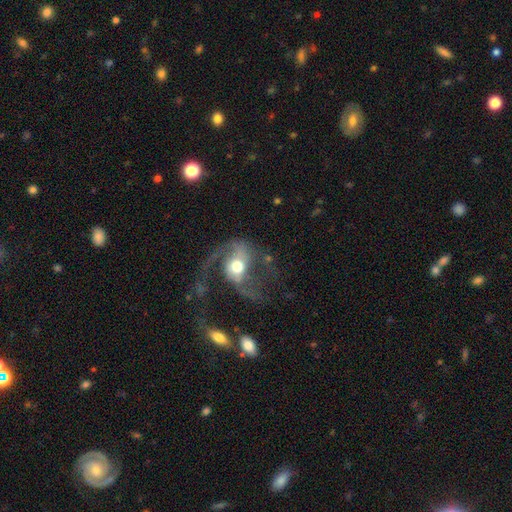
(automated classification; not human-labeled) Smooth or featured: featured or disk — 79% (smooth — 12%)
Edge-on disk: no — 96% (yes — 4%)
Bar: no — 47% (weak — 33%)
Spiral arms: yes — 86% (no — 14%)
Spiral winding: loose — 45% (medium — 41%)
Spiral arm count: 2 — 55% (1 — 28%)
Bulge size: moderate — 66% (small — 18%)
Merging: major disturbance — 38% (none — 33%)